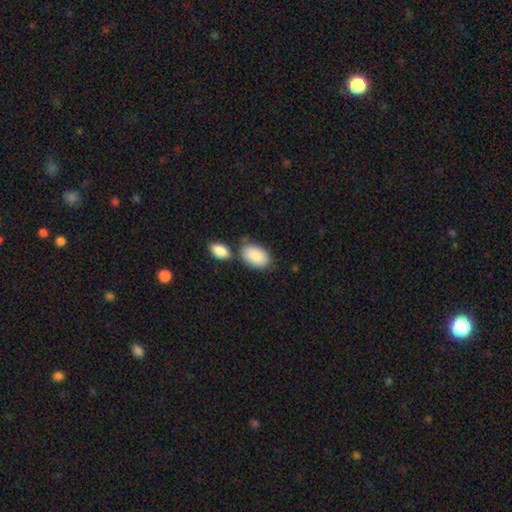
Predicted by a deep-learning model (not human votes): smooth_or_featured: smooth (p=0.86) [alt: featured or disk p=0.08]
how_rounded: in between (p=0.92) [alt: round p=0.06]
merging: none (p=0.61) [alt: merger p=0.20]